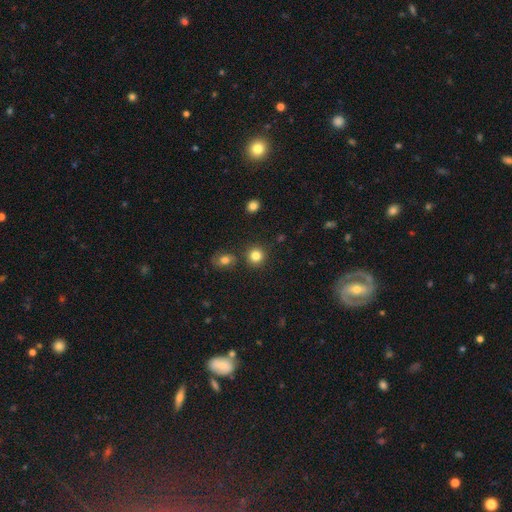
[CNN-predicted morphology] A smooth galaxy with no disk features (83%) that is round (91%). Merging: none (85%).